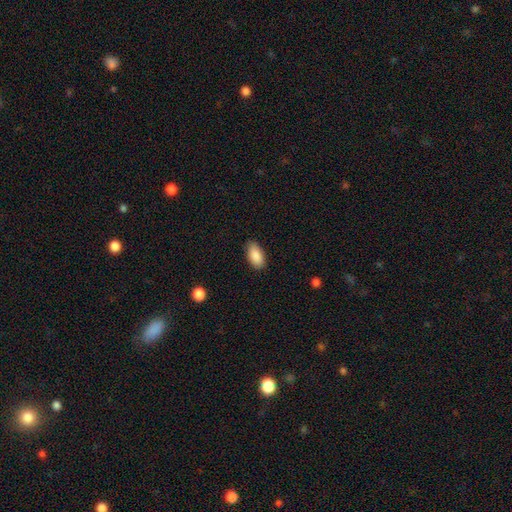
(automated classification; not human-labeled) This is clearly a smooth galaxy (89%). How rounded: clearly in between (94%). Merging: clearly none (85%).